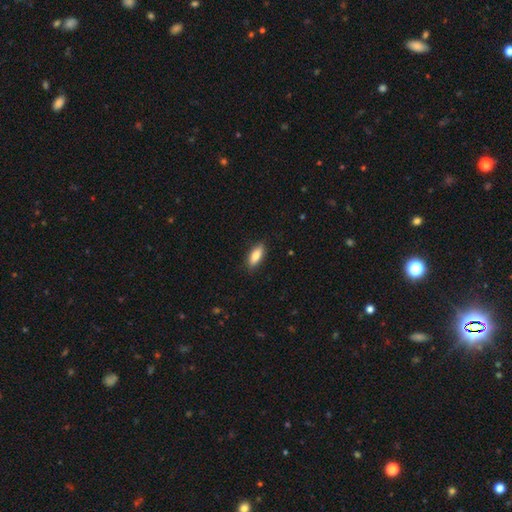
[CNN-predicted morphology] Q: Smooth or featured?
A: smooth (79%); runner-up: featured or disk (15%)
Q: How rounded?
A: in between (74%); runner-up: cigar-shaped (24%)
Q: Merging?
A: none (86%); runner-up: minor disturbance (11%)